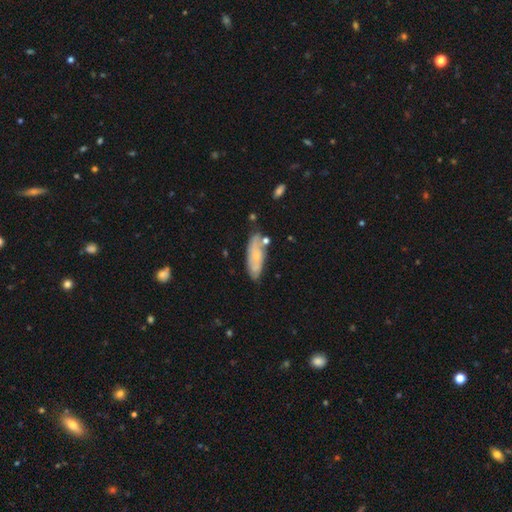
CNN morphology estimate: A smooth galaxy with no disk features (49%).

Vote fractions:
- Smooth or featured? smooth: 49% / featured or disk: 45% / star or artifact: 7%
- Merging? none: 66% / minor disturbance: 22% / merger: 7% / major disturbance: 5%